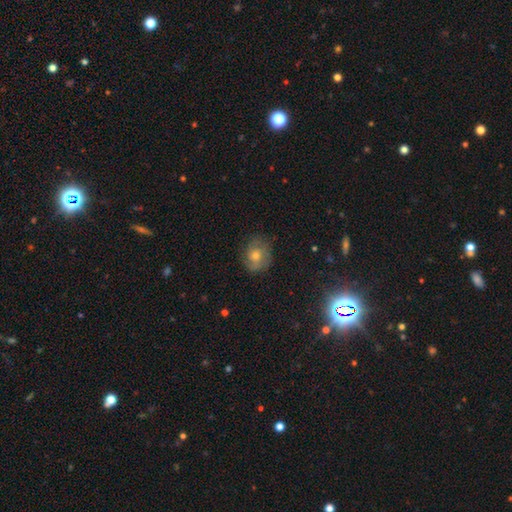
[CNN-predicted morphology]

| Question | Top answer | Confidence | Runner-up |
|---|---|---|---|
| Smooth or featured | featured or disk | 41% | smooth (40%) |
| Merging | none | 78% | minor disturbance (16%) |